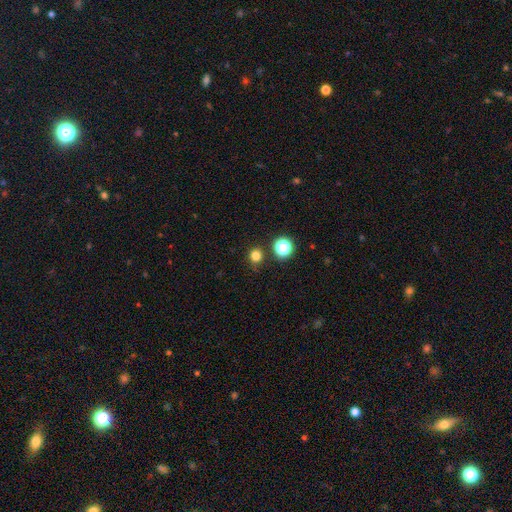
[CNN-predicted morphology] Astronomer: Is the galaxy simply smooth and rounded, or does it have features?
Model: smooth — 78%.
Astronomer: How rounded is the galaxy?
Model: round — 91%.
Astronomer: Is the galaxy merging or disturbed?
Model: none — 85%.